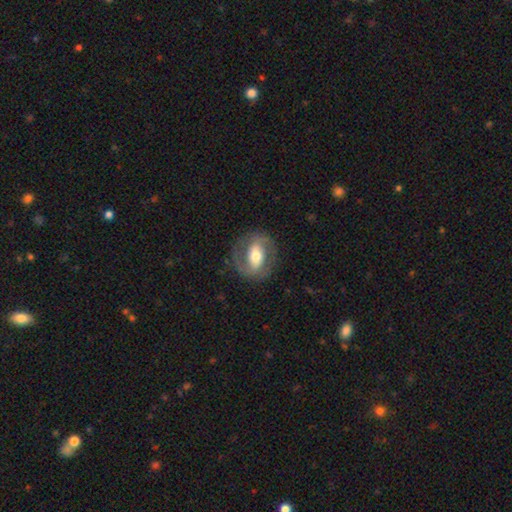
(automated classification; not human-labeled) This is likely a featured or disk galaxy (69%). It is clearly not viewed edge-on (94%). Bar: possibly strong (45%). Spiral arm pattern: likely yes (72%). Central bulge: likely moderate (66%). Merging: clearly none (81%).